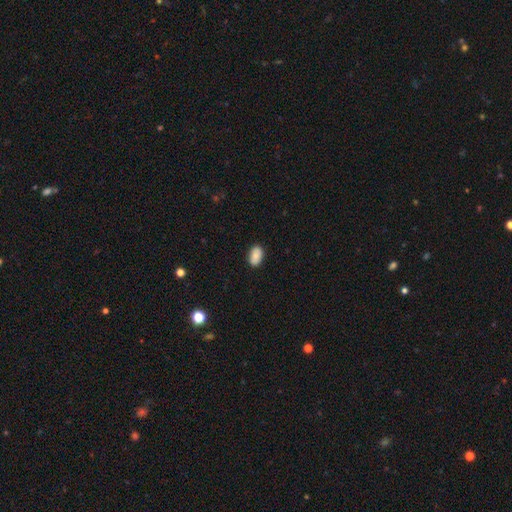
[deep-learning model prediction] The model was most divided on "smooth or featured": smooth: 82%, featured or disk: 10%, star or artifact: 7%. More confident: how rounded — in between (90%); merging — none (85%).